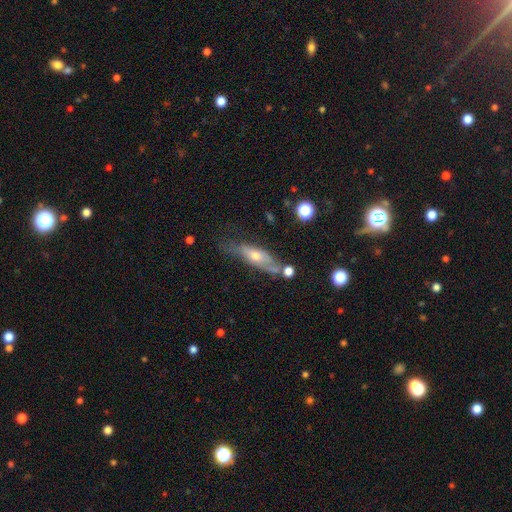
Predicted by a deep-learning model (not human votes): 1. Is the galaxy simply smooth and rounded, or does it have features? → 54% featured or disk, 38% smooth, 8% star or artifact.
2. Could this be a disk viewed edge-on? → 50% no (tied), 50% yes (tied).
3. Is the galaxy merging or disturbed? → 47% none, 28% minor disturbance, 16% major disturbance, 9% merger.